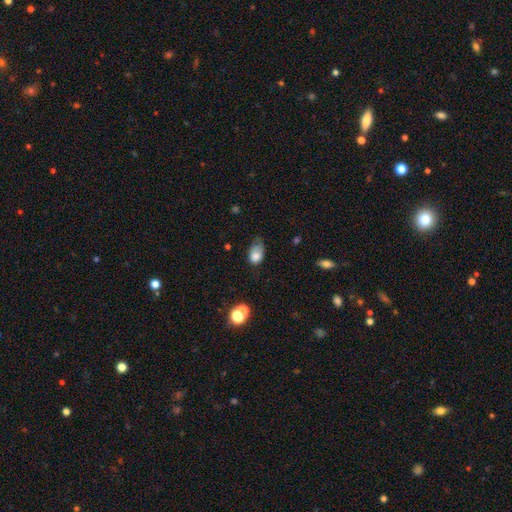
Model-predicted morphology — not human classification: Smooth or featured: smooth — 77% (featured or disk — 13%)
How rounded: in between — 81% (round — 17%)
Merging: minor disturbance — 44% (none — 29%)